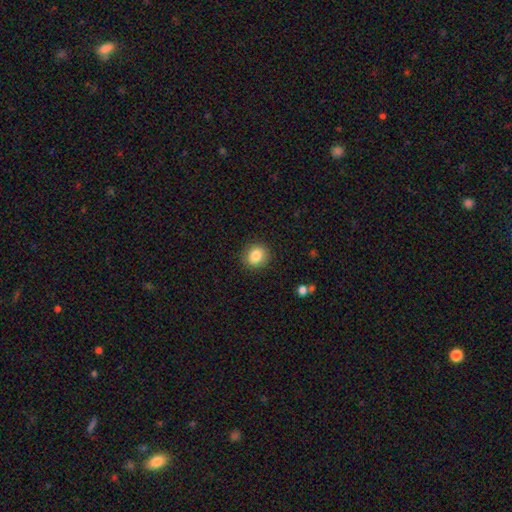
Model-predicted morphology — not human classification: A smooth galaxy with no disk features (84%) that is round (81%).

Vote fractions:
- Smooth or featured? smooth: 84% / star or artifact: 10% / featured or disk: 7%
- How rounded? round: 81% / in between: 18% / cigar-shaped: 1%
- Merging? none: 89% / minor disturbance: 7% / major disturbance: 2% / merger: 1%